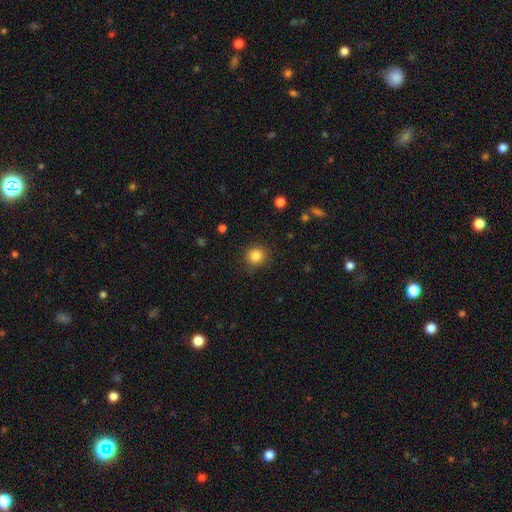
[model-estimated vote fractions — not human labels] A smooth galaxy with no disk features (85%) that is round (89%).

Vote fractions:
- Smooth or featured? smooth: 85% / star or artifact: 11% / featured or disk: 5%
- How rounded? round: 89% / in between: 10% / cigar-shaped: 1%
- Merging? none: 86% / minor disturbance: 10% / major disturbance: 3% / merger: 1%